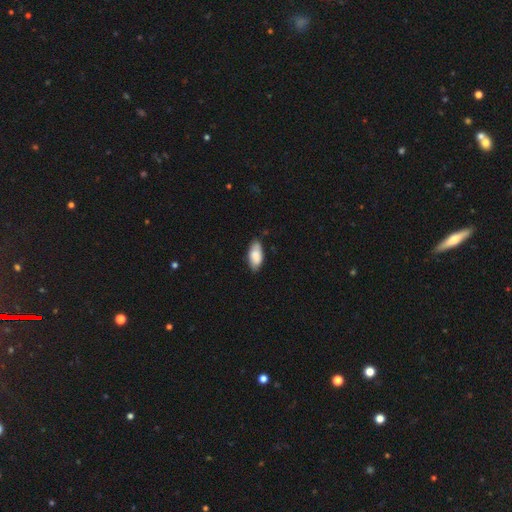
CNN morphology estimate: Q: Smooth or featured?
A: smooth (83%); runner-up: featured or disk (11%)
Q: How rounded?
A: in between (91%); runner-up: cigar-shaped (7%)
Q: Merging?
A: none (78%); runner-up: minor disturbance (18%)